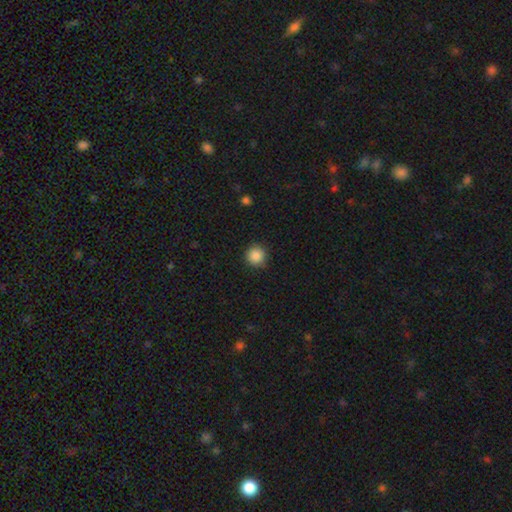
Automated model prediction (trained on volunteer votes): This is clearly a smooth galaxy (87%). How rounded: clearly round (95%). Merging: clearly none (90%).